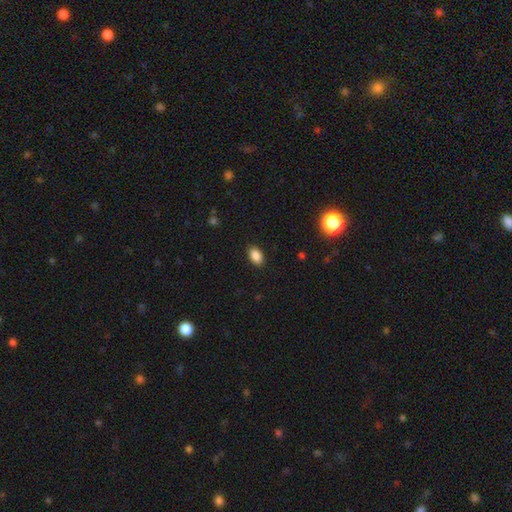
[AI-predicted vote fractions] A smooth galaxy with no disk features (87%) that is in between round and cigar-shaped (90%). Merging: none (89%).